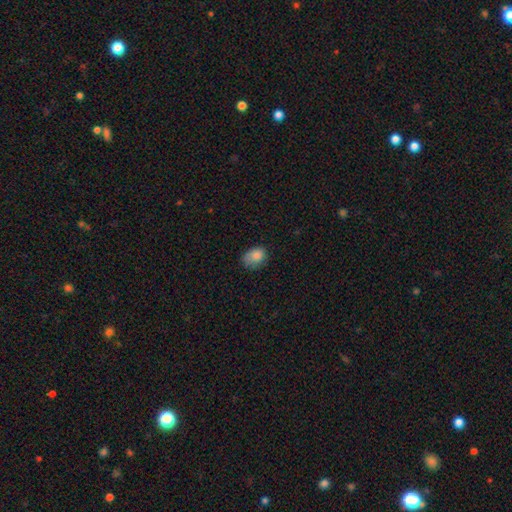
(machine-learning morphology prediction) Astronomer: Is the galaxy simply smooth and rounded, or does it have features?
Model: smooth — 84%.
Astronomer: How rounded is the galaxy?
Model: in between — 65%.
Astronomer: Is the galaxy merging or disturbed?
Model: none — 54% (runner-up: minor disturbance, 33%).